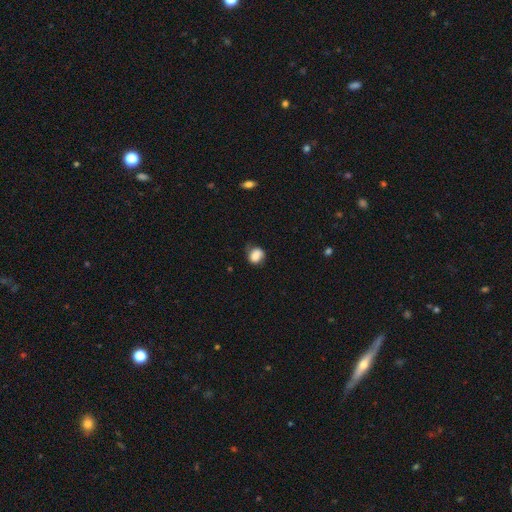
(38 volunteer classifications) A smooth galaxy with no disk features (74%) that is round (75%). Merging: none (49%).